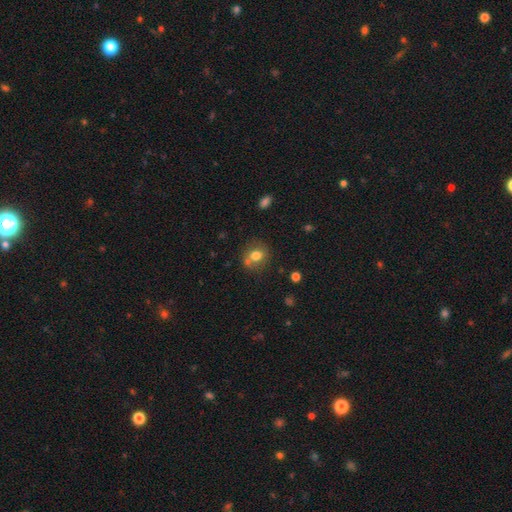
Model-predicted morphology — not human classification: Overall: smooth (75%). How rounded: round (69%; in between 30%). Merging: none (61%).